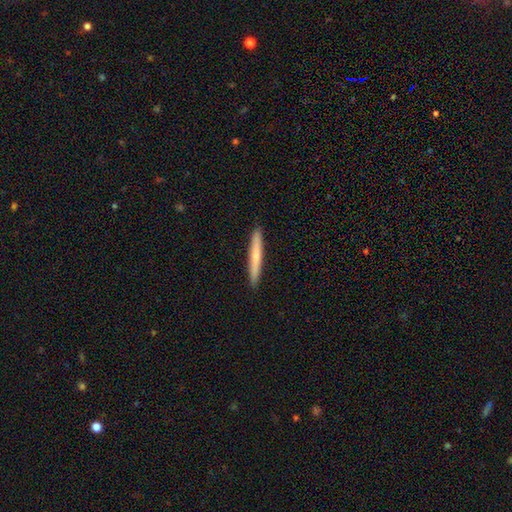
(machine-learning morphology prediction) The model was most divided on "smooth or featured": smooth: 63%, featured or disk: 31%, star or artifact: 5%. More confident: how rounded — cigar-shaped (96%); merging — none (92%).